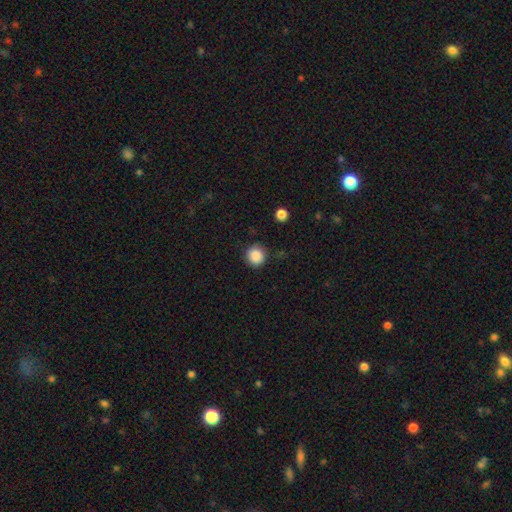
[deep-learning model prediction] Smooth or featured? Predicted: smooth (p=0.87). How rounded? Predicted: round (p=0.93). Merging? Predicted: none (p=0.86).